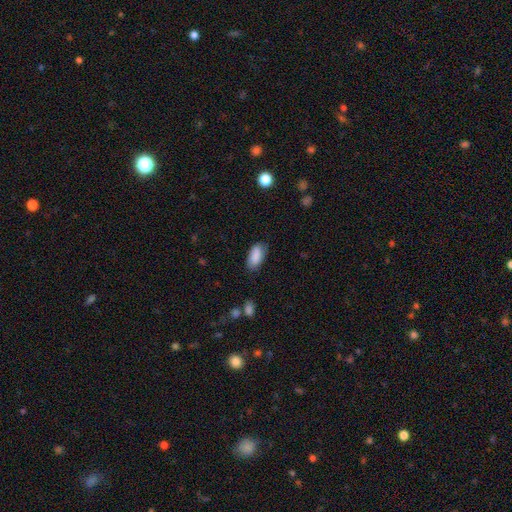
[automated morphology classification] The model was most divided on "merging": none: 74%, minor disturbance: 20%, major disturbance: 5%, merger: 2%. More confident: how rounded — in between (91%); smooth or featured — smooth (87%).